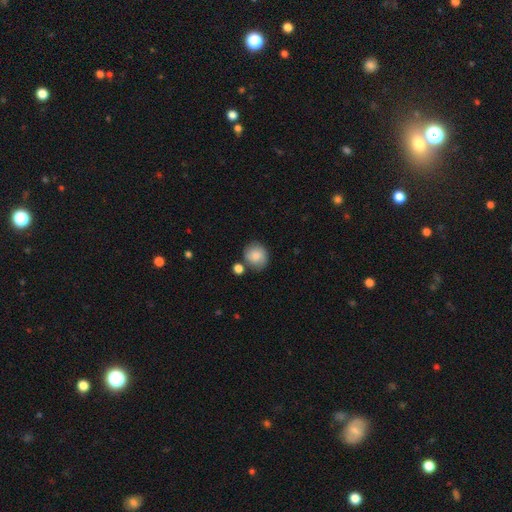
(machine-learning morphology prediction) Smooth or featured?
  - smooth: 79% *
  - featured or disk: 13%
  - star or artifact: 8%
How rounded?
  - round: 81% *
  - in between: 18%
  - cigar-shaped: 1%
Merging?
  - none: 71% *
  - minor disturbance: 15%
  - merger: 10%
  - major disturbance: 4%